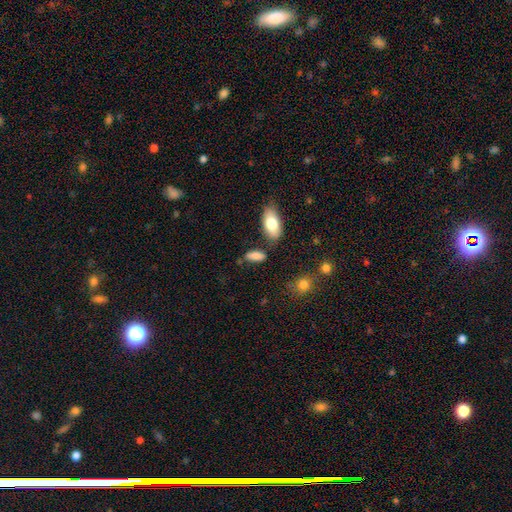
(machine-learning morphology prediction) Smooth or featured? Predicted: smooth (p=0.83). How rounded? Predicted: in between (p=0.73). Merging? Predicted: none (p=0.70).